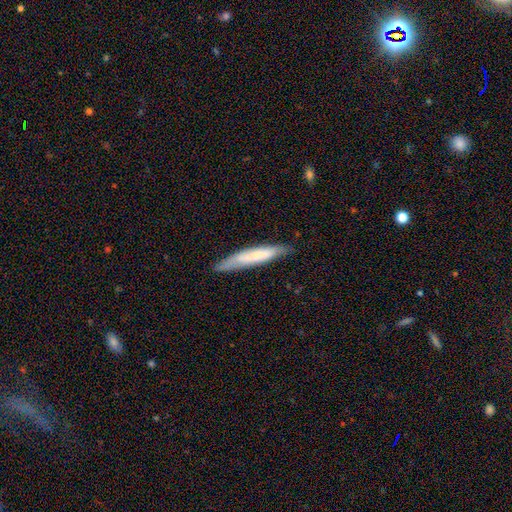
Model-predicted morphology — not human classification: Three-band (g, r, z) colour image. It shows a smooth galaxy with no disk features (60%) that is cigar-shaped (90%). Merging: none (80%).